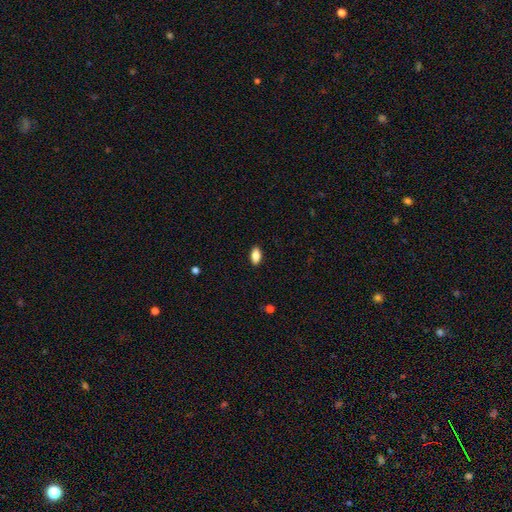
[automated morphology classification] Smooth or featured? smooth (84%)
How rounded? in between (90%)
Merging? none (89%)